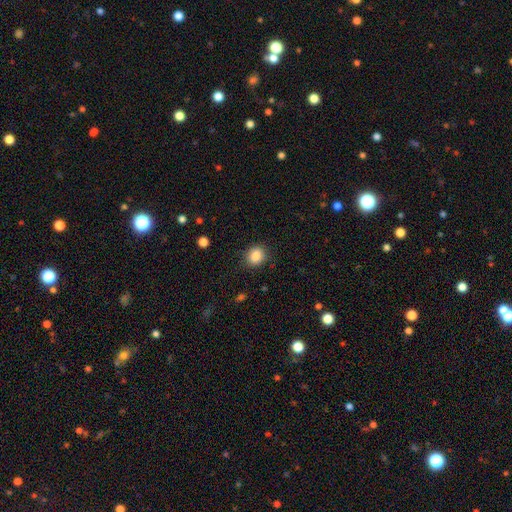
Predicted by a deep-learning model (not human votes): Q: Smooth or featured?
A: smooth (86%); runner-up: star or artifact (10%)
Q: How rounded?
A: round (68%); runner-up: in between (31%)
Q: Merging?
A: none (86%); runner-up: minor disturbance (10%)